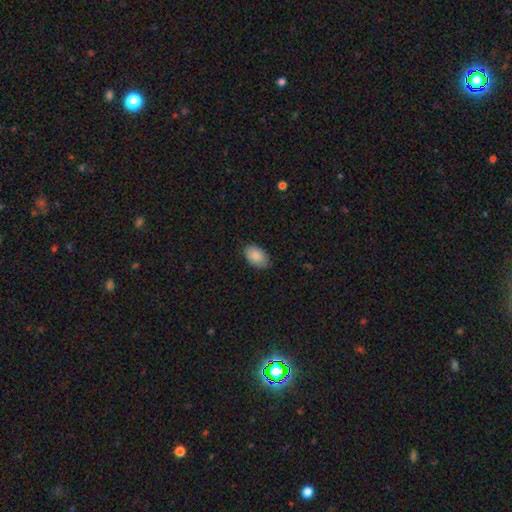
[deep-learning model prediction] smooth_or_featured: smooth (p=0.86) [alt: featured or disk p=0.08]
how_rounded: in between (p=0.92) [alt: round p=0.07]
merging: none (p=0.84) [alt: minor disturbance p=0.13]